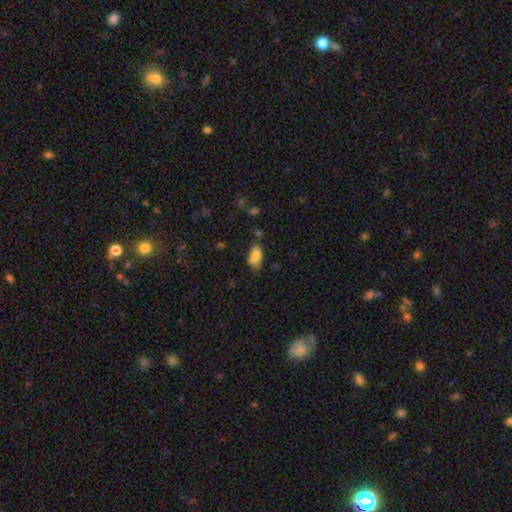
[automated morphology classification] type=smooth (80%); roundness=in between (90%); merging=none (56%).